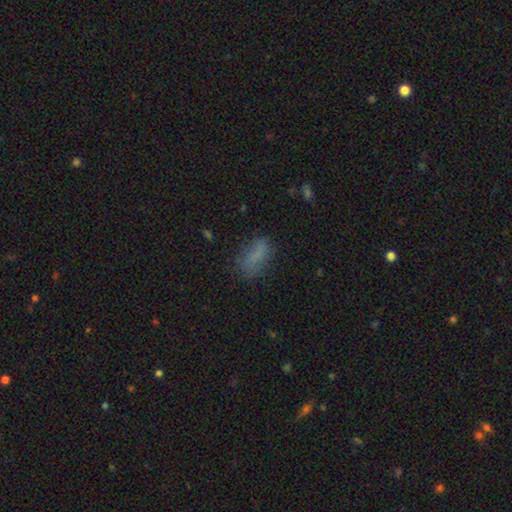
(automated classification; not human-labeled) smooth-or-featured: smooth: 75% | star or artifact: 13% | featured or disk: 13%
  how-rounded: in between: 83% | cigar-shaped: 12% | round: 5%
  merging: none: 60% | minor disturbance: 24% | major disturbance: 12% | merger: 3%